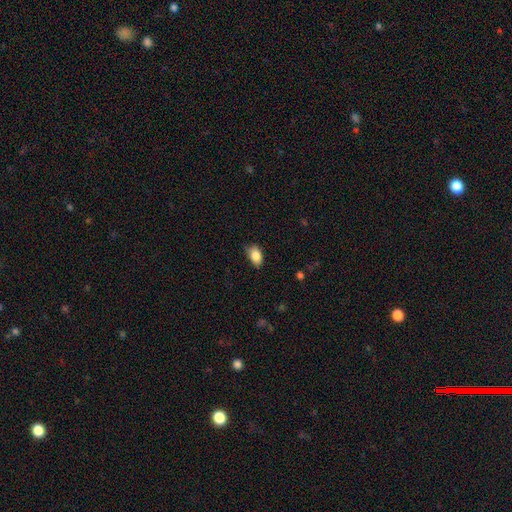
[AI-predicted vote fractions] A smooth galaxy with no disk features (86%) that is in between round and cigar-shaped (88%). Merging: none (71%).